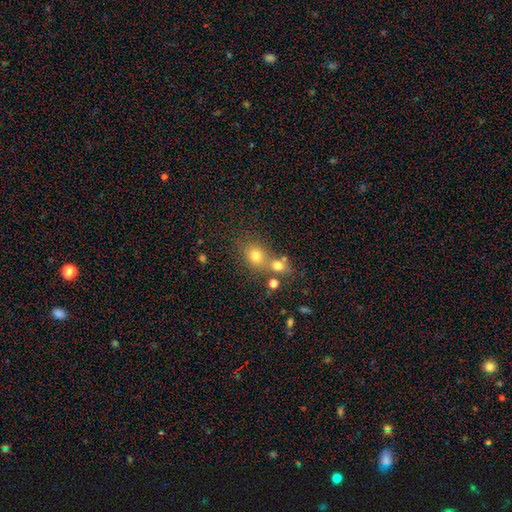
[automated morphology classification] A smooth galaxy with no disk features (75%) that is round (64%).

Vote fractions:
- Smooth or featured? smooth: 75% / star or artifact: 15% / featured or disk: 11%
- How rounded? round: 64% / in between: 35% / cigar-shaped: 2%
- Merging? none: 45% / merger: 39% / minor disturbance: 10% / major disturbance: 5%